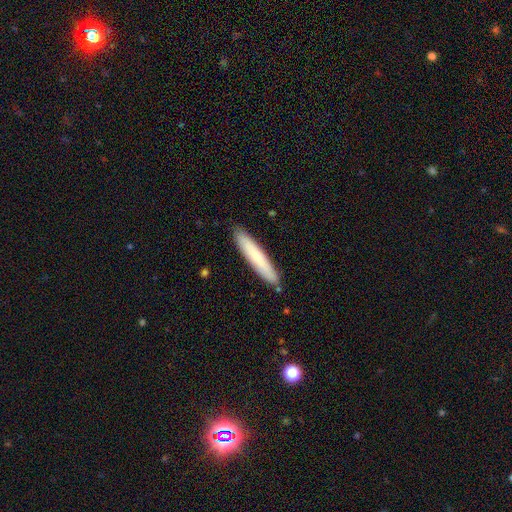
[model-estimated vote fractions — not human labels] A smooth galaxy with no disk features (73%) that is cigar-shaped (92%). Merging: none (90%).